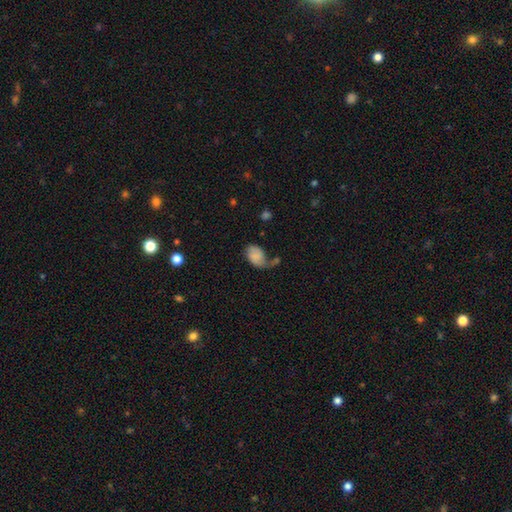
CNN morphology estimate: smooth_or_featured: smooth (p=0.63) [alt: featured or disk p=0.28]
how_rounded: in between (p=0.83) [alt: round p=0.16]
merging: none (p=0.31) [alt: minor disturbance p=0.28]